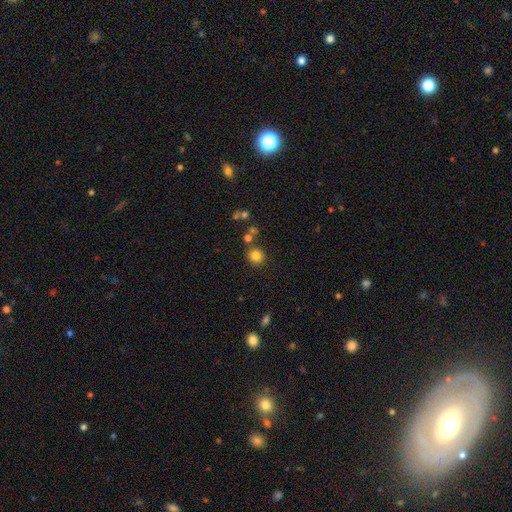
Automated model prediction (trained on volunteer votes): Smooth or featured? smooth (81%)
How rounded? round (89%)
Merging? none (80%)